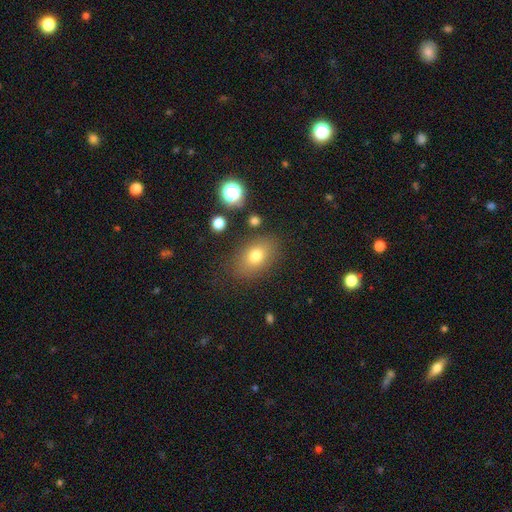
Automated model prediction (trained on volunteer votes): Smooth or featured?
  - smooth: 75% *
  - featured or disk: 13%
  - star or artifact: 12%
How rounded?
  - in between: 80% *
  - round: 18%
  - cigar-shaped: 2%
Merging?
  - none: 80% *
  - minor disturbance: 12%
  - major disturbance: 5%
  - merger: 3%